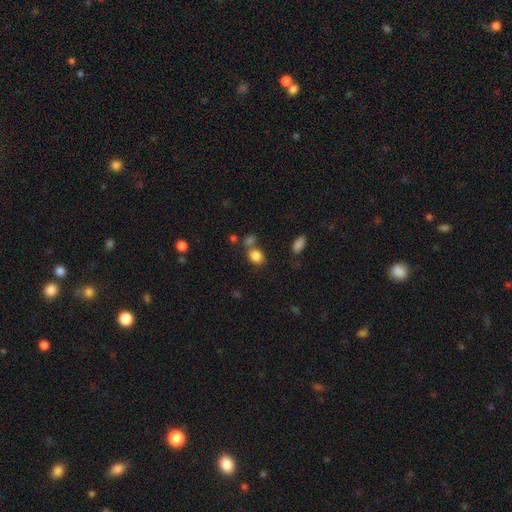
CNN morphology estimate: The model was most divided on "how rounded": round: 53%, in between: 46%, cigar-shaped: 1%. More confident: smooth or featured — smooth (84%); merging — none (61%).